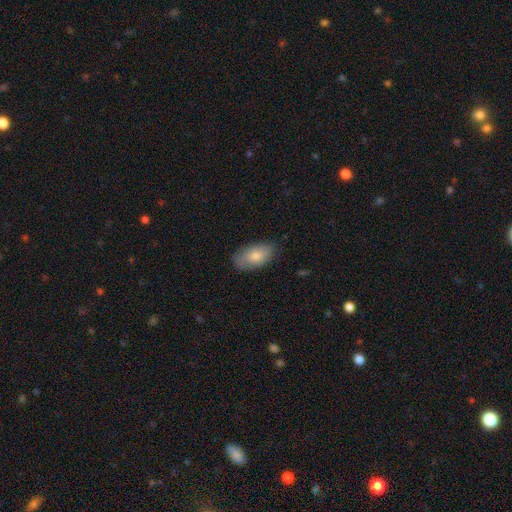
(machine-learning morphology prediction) This is likely a smooth galaxy (78%). How rounded: clearly in between (94%). Merging: likely none (77%).